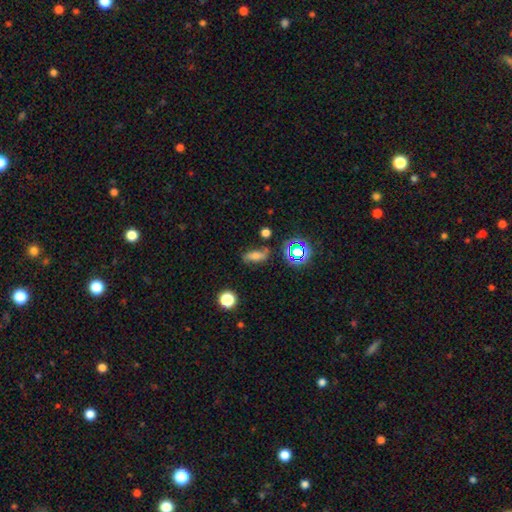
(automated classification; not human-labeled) Smooth or featured: smooth — 48% (featured or disk — 31%)
Merging: none — 65% (minor disturbance — 21%)